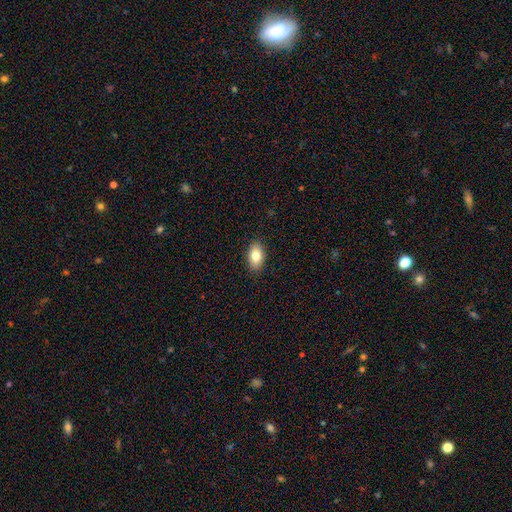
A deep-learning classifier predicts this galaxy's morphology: Q: Smooth or featured?
A: smooth (82%); runner-up: featured or disk (10%)
Q: How rounded?
A: in between (92%); runner-up: round (6%)
Q: Merging?
A: none (89%); runner-up: minor disturbance (8%)